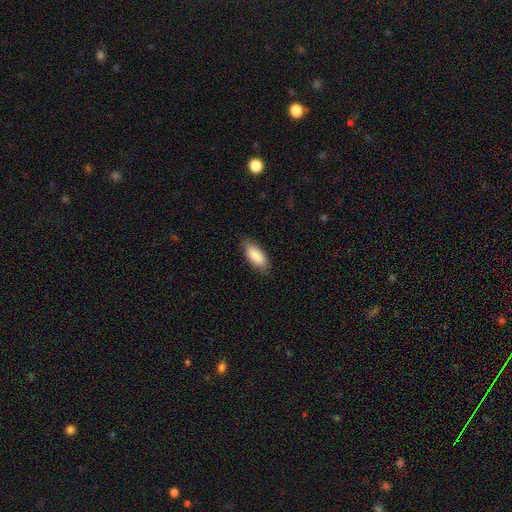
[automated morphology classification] Smooth or featured: smooth — 89% (featured or disk — 6%)
How rounded: in between — 85% (cigar-shaped — 13%)
Merging: none — 83% (minor disturbance — 13%)